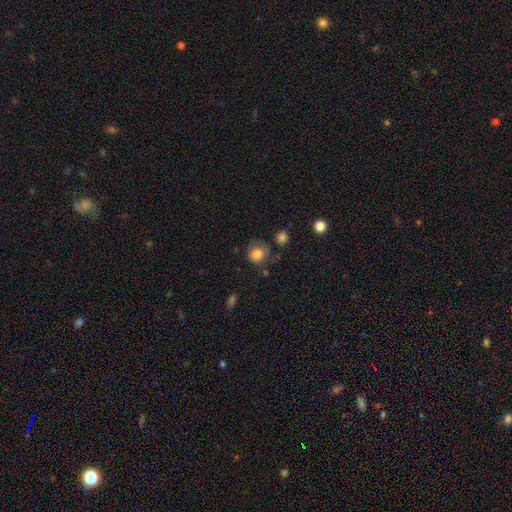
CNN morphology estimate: smooth-or-featured: smooth: 81% | star or artifact: 10% | featured or disk: 10%
  how-rounded: round: 77% | in between: 22% | cigar-shaped: 1%
  merging: none: 55% | minor disturbance: 26% | major disturbance: 15% | merger: 4%